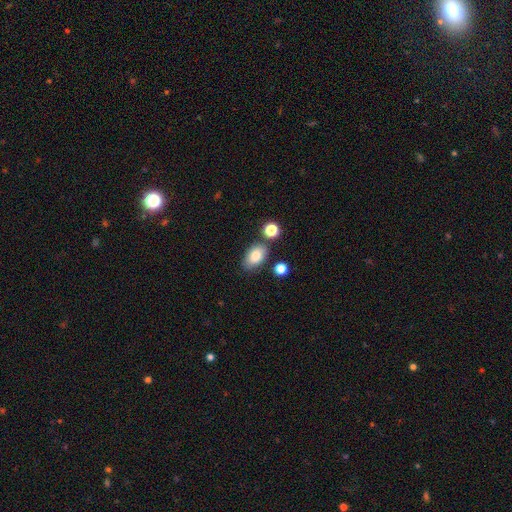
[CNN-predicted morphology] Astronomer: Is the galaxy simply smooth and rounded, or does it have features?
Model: smooth — 82%.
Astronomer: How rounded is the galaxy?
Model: in between — 89%.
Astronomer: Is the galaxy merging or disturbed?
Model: none — 74%.